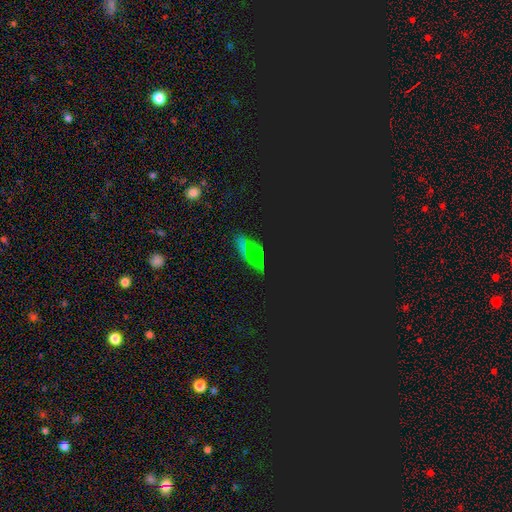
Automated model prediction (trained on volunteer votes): star or artifact 54%, smooth 30%, featured or disk 16%.